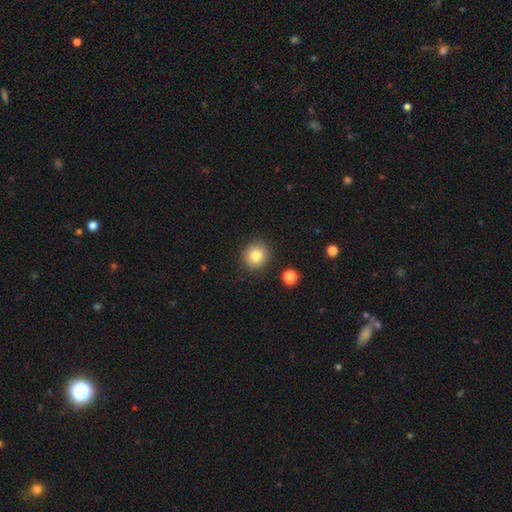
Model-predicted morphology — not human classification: smooth 84%, star or artifact 10%, featured or disk 7%. Down the decision tree: how rounded — round (85%); merging — none (88%).